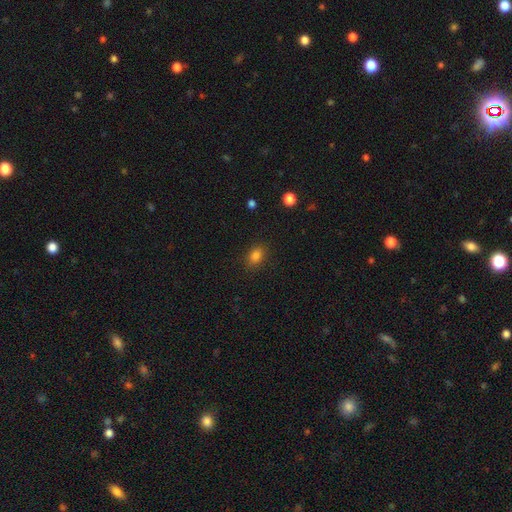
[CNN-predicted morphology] type=smooth (82%); roundness=in between (65%); merging=none (86%).